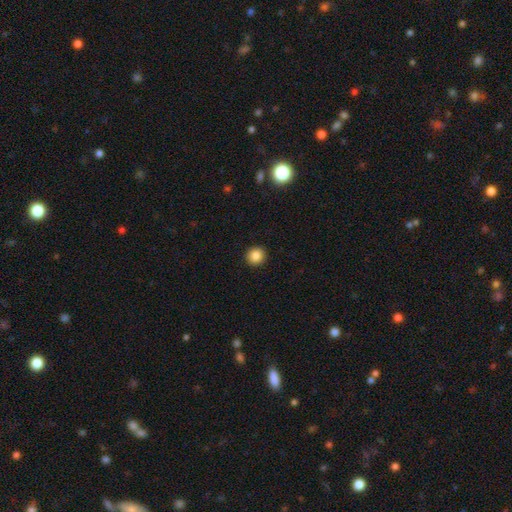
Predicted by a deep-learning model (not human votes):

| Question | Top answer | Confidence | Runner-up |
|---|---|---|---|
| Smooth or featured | smooth | 85% | star or artifact (10%) |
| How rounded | round | 93% | in between (6%) |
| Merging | none | 93% | minor disturbance (5%) |